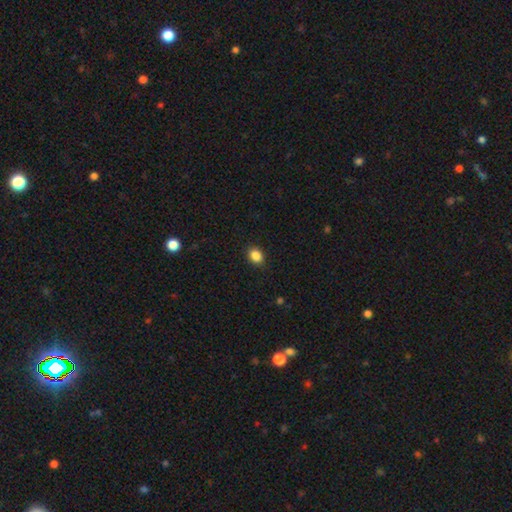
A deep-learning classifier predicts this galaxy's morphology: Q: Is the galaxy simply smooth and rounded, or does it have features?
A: smooth — 87%.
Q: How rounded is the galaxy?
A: in between — 59%.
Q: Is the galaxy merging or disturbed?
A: none — 89%.